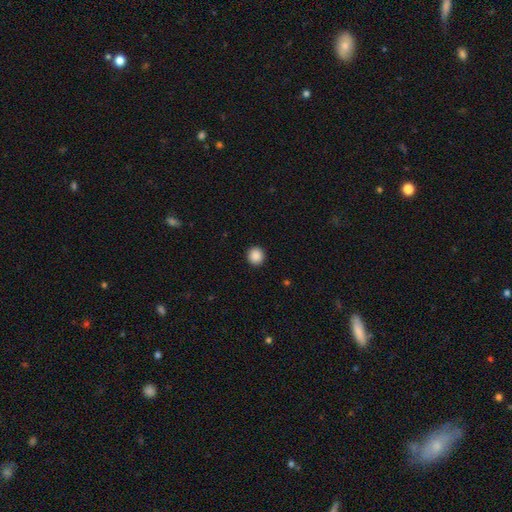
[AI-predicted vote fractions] smooth_or_featured: smooth (p=0.89) [alt: star or artifact p=0.09]
how_rounded: round (p=0.92) [alt: in between p=0.08]
merging: none (p=0.93) [alt: minor disturbance p=0.04]